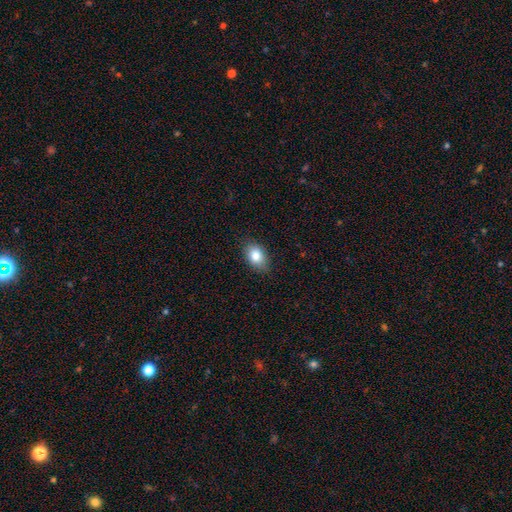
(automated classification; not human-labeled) Overall: smooth (83%). How rounded: in between (84%). Merging: none (83%).